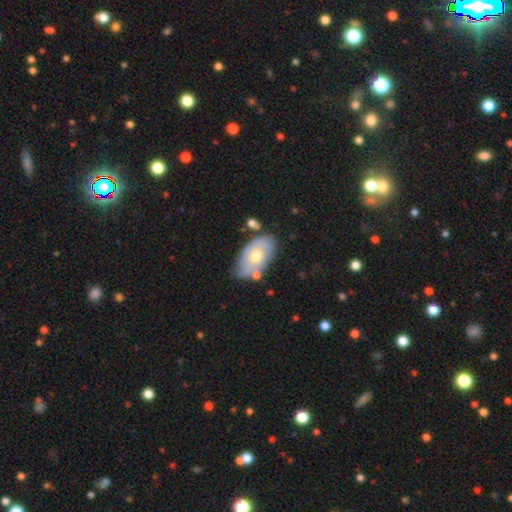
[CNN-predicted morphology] smooth 60%, featured or disk 34%, star or artifact 6%. Down the decision tree: how rounded — in between (93%); merging — none (65%).